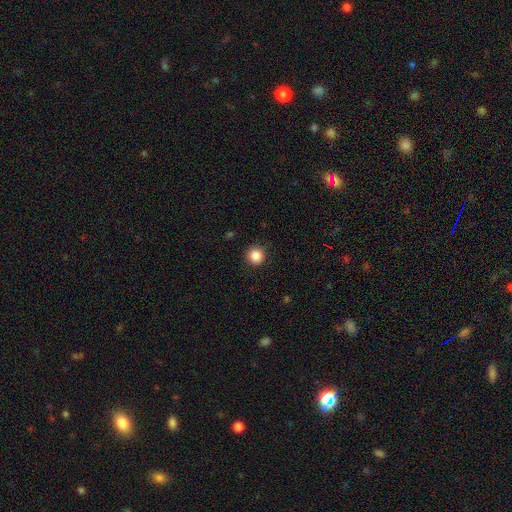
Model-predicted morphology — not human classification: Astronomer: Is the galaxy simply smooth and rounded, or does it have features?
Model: smooth — 87%.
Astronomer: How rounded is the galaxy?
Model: round — 94%.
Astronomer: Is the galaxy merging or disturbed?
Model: none — 89%.